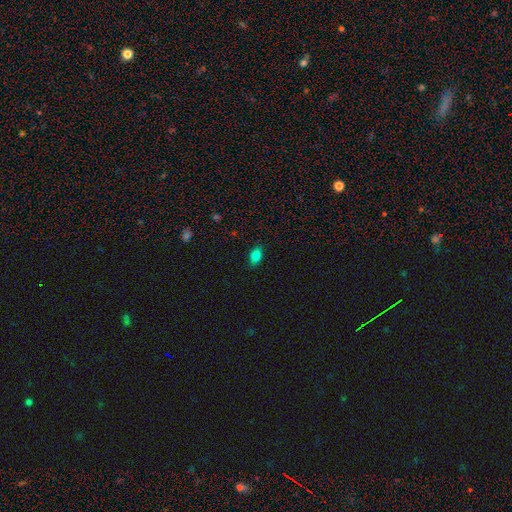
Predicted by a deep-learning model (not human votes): Smooth or featured? Predicted: smooth (p=0.84). How rounded? Predicted: in between (p=0.89). Merging? Predicted: none (p=0.87).